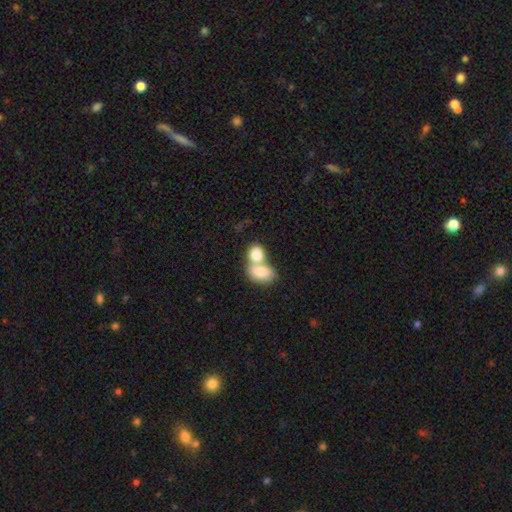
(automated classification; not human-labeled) smooth-or-featured: smooth: 81% | featured or disk: 12% | star or artifact: 7%
  how-rounded: in between: 70% | round: 29% | cigar-shaped: 2%
  merging: merger: 71% | none: 20% | minor disturbance: 6% | major disturbance: 3%